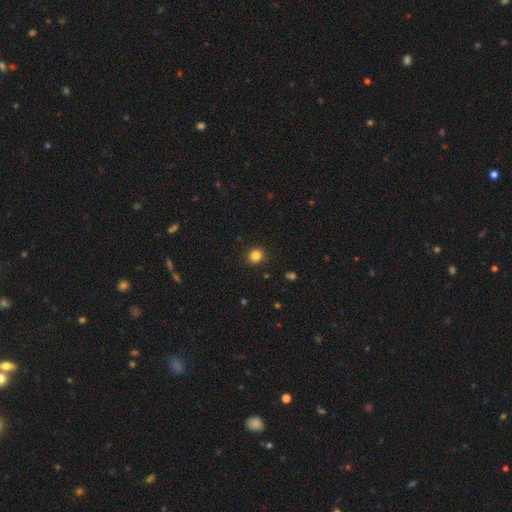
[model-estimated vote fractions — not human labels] Smooth or featured: smooth — 83% (star or artifact — 12%)
How rounded: round — 84% (in between — 15%)
Merging: none — 91% (minor disturbance — 6%)